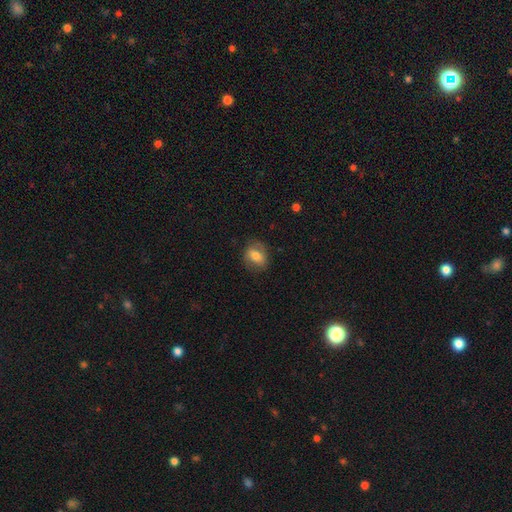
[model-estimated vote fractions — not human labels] Q: Smooth or featured?
A: smooth (66%); runner-up: featured or disk (26%)
Q: How rounded?
A: in between (56%); runner-up: round (43%)
Q: Merging?
A: none (76%); runner-up: minor disturbance (17%)